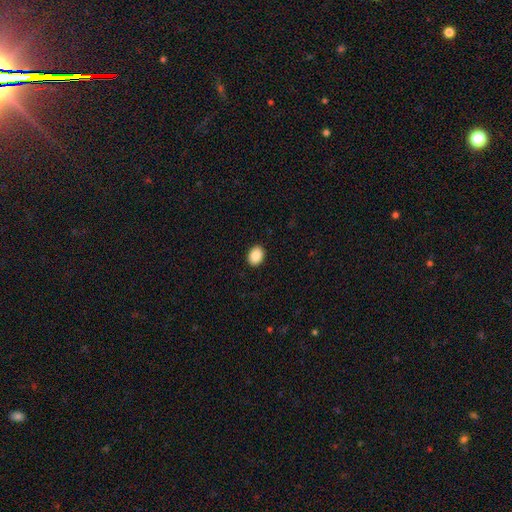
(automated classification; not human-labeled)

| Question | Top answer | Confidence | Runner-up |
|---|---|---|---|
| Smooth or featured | smooth | 90% | star or artifact (7%) |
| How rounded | in between | 71% | round (28%) |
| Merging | none | 91% | minor disturbance (6%) |